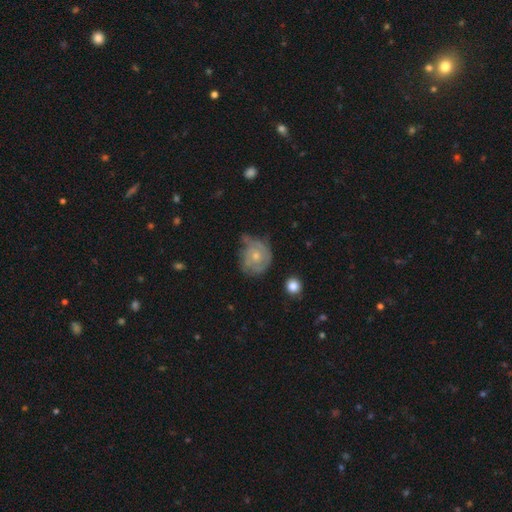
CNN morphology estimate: A featured or disk galaxy (57%) with no bar (83%), spiral arms (71%) and a small central bulge (51%).

Vote fractions:
- Smooth or featured? featured or disk: 57% / smooth: 36% / star or artifact: 7%
- Edge-on disk? no: 97% / yes: 3%
- Bar? no: 83% / weak: 15% / strong: 2%
- Spiral arms? yes: 71% / no: 29%
- Bulge size? small: 51% / moderate: 44% / none: 2% / large: 2% / dominant: 1%
- Merging? none: 44% / minor disturbance: 35% / major disturbance: 17% / merger: 4%